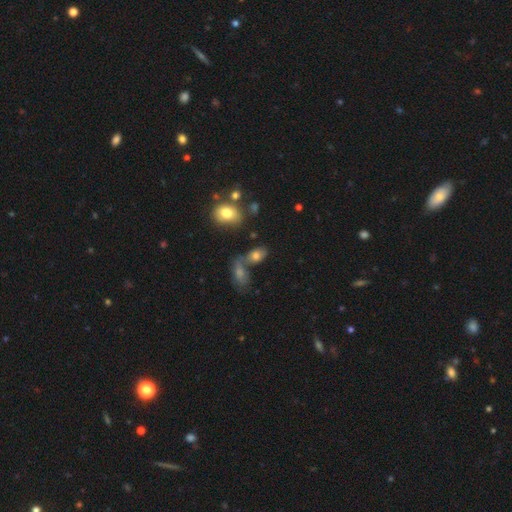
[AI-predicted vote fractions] Smooth or featured?
  - smooth: 73% *
  - featured or disk: 14%
  - star or artifact: 13%
How rounded?
  - in between: 86% *
  - round: 11%
  - cigar-shaped: 3%
Merging?
  - none: 44% *
  - merger: 34%
  - minor disturbance: 14%
  - major disturbance: 8%